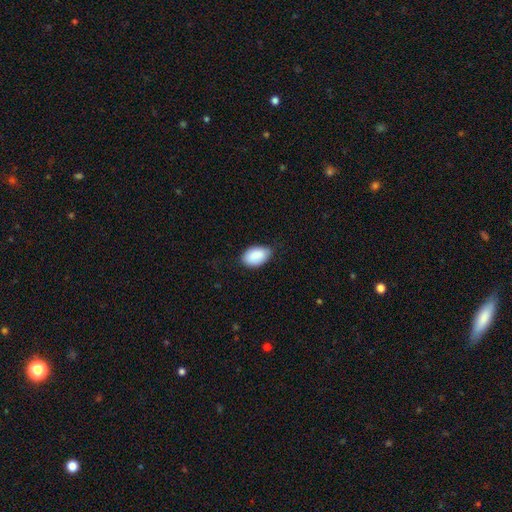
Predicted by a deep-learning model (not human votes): Smooth or featured? smooth (89%)
How rounded? in between (93%)
Merging? none (74%)